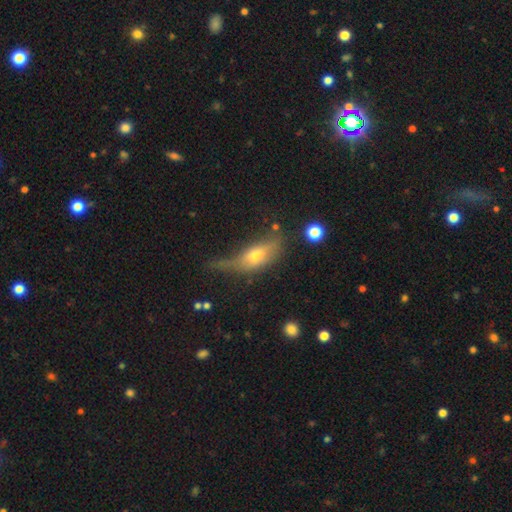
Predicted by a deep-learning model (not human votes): smooth_or_featured: smooth (p=0.53) [alt: featured or disk p=0.37]
how_rounded: in between (p=0.69) [alt: cigar-shaped p=0.25]
merging: none (p=0.36) [alt: minor disturbance p=0.30]